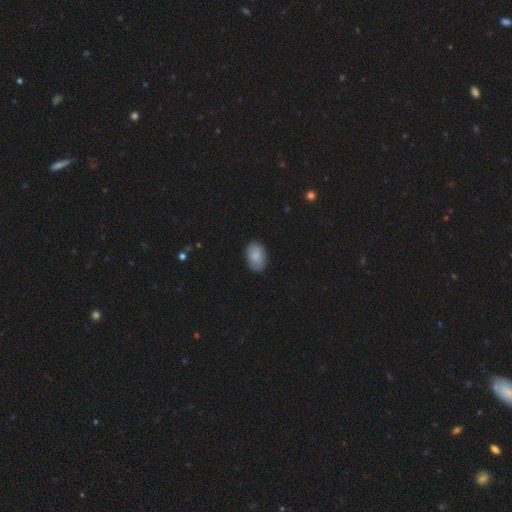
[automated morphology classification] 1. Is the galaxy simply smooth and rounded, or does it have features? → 87% smooth, 7% featured or disk, 7% star or artifact.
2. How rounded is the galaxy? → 88% in between, 11% round, 1% cigar-shaped.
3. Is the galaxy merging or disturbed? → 88% none, 9% minor disturbance, 2% major disturbance, 1% merger.